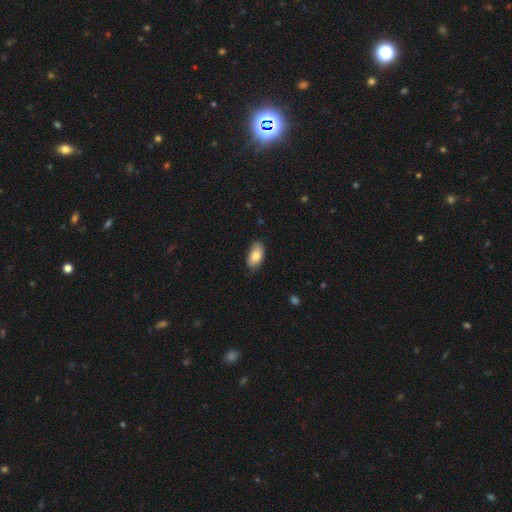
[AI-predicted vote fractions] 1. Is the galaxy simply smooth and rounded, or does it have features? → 84% smooth, 10% featured or disk, 6% star or artifact.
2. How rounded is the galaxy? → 93% in between, 4% cigar-shaped, 3% round.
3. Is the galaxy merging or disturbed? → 79% none, 18% minor disturbance, 3% major disturbance, 1% merger.